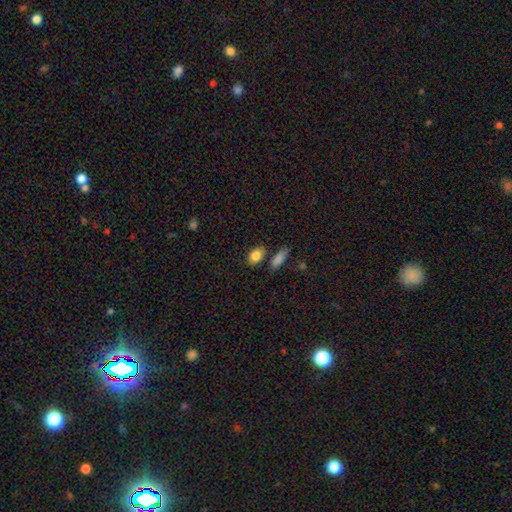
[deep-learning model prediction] A smooth galaxy with no disk features (85%) that is in between round and cigar-shaped (77%).

Vote fractions:
- Smooth or featured? smooth: 85% / star or artifact: 8% / featured or disk: 7%
- How rounded? in between: 77% / round: 19% / cigar-shaped: 3%
- Merging? none: 72% / minor disturbance: 13% / merger: 11% / major disturbance: 3%